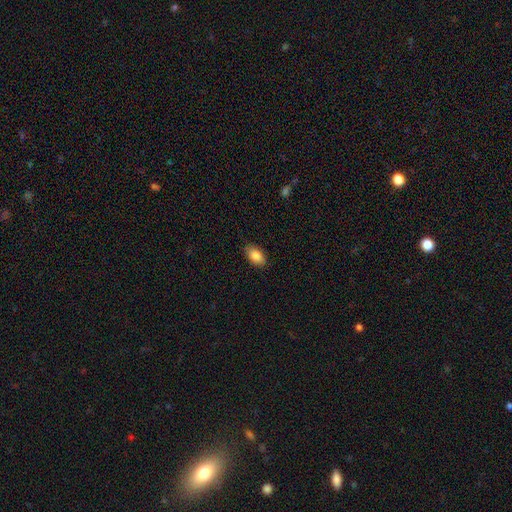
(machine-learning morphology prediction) smooth_or_featured: smooth (p=0.88) [alt: star or artifact p=0.07]
how_rounded: in between (p=0.92) [alt: round p=0.07]
merging: none (p=0.86) [alt: minor disturbance p=0.11]